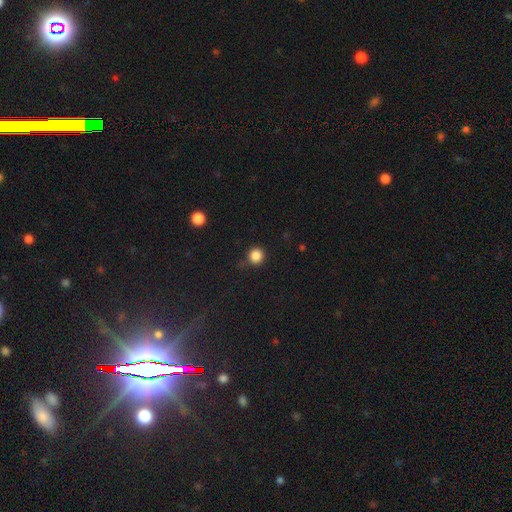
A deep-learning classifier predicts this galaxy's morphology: A smooth galaxy with no disk features (86%) that is round (94%).

Vote fractions:
- Smooth or featured? smooth: 86% / star or artifact: 11% / featured or disk: 3%
- How rounded? round: 94% / in between: 5% / cigar-shaped: 1%
- Merging? none: 87% / minor disturbance: 9% / major disturbance: 3% / merger: 2%